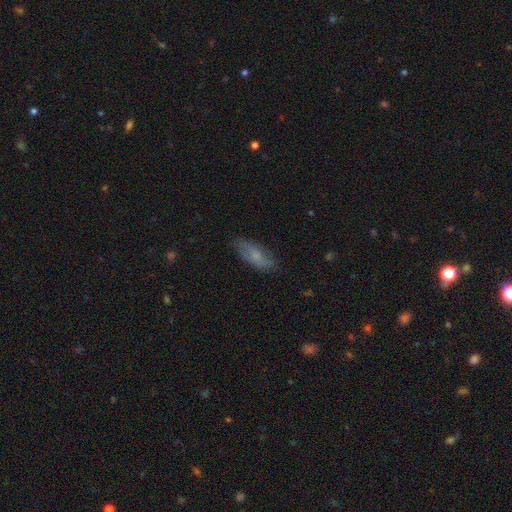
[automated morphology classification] The model was most divided on "smooth or featured": smooth: 58%, featured or disk: 34%, star or artifact: 7%. More confident: how rounded — in between (74%); merging — none (72%).